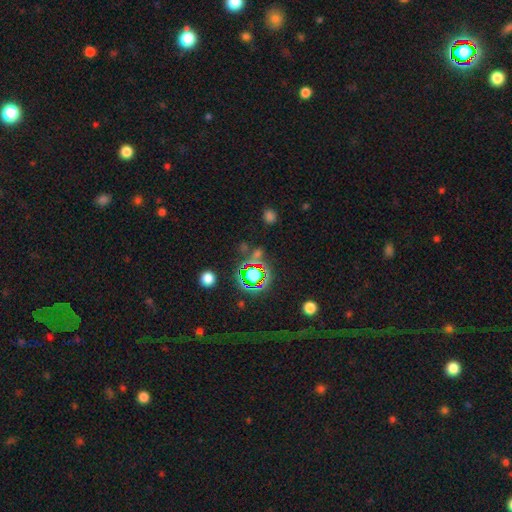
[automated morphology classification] This is likely a star or artifact rather than a galaxy (76%).